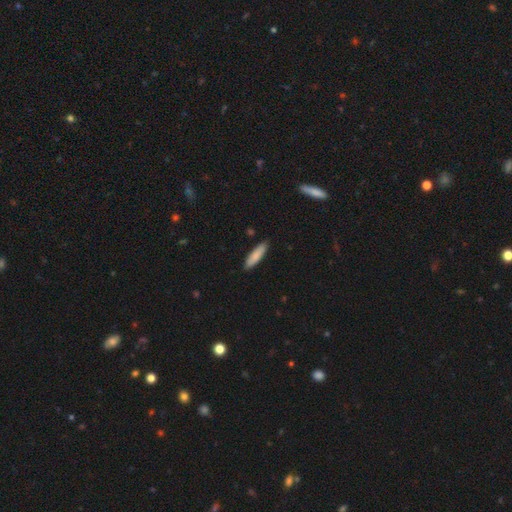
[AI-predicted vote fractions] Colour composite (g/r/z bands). It shows a smooth galaxy with no disk features (83%) that is cigar-shaped (67%). Merging: none (88%).